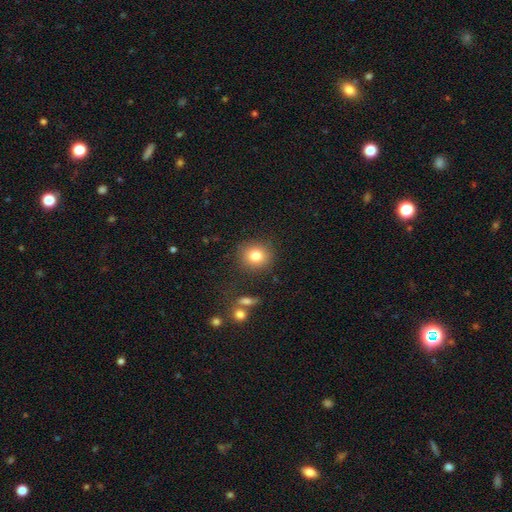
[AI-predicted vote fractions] Overall: smooth (80%). How rounded: round (86%). Merging: none (86%).